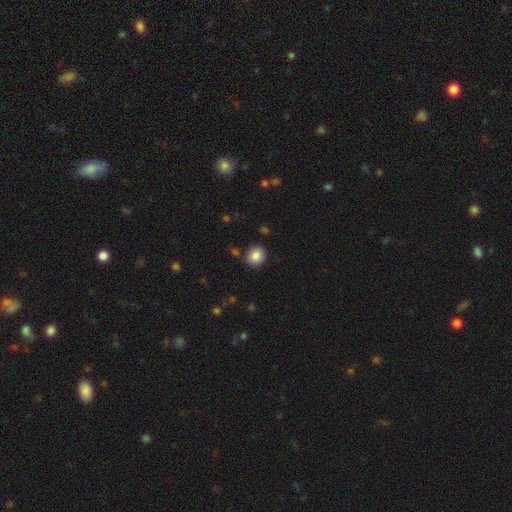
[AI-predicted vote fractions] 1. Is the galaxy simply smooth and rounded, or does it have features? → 84% smooth, 9% star or artifact, 6% featured or disk.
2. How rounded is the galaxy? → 82% round, 17% in between, 1% cigar-shaped.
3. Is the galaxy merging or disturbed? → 86% none, 8% minor disturbance, 3% merger, 2% major disturbance.